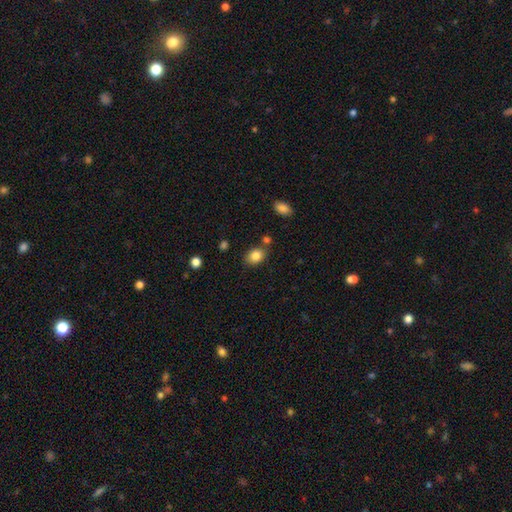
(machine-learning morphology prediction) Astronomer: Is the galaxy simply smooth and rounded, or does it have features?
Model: smooth — 84%.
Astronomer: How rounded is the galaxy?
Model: in between — 68%.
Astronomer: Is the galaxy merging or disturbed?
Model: none — 76%.